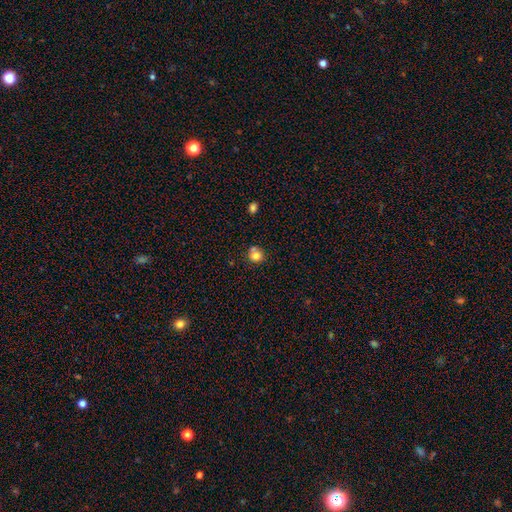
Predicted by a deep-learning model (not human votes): Smooth or featured? smooth (78%)
How rounded? round (84%)
Merging? none (60%)